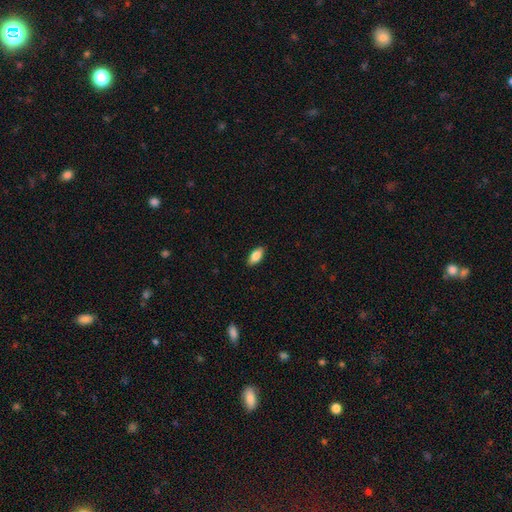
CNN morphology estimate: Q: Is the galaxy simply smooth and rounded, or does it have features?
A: smooth — 85%.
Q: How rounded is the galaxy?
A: in between — 89%.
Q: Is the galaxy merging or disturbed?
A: none — 89%.